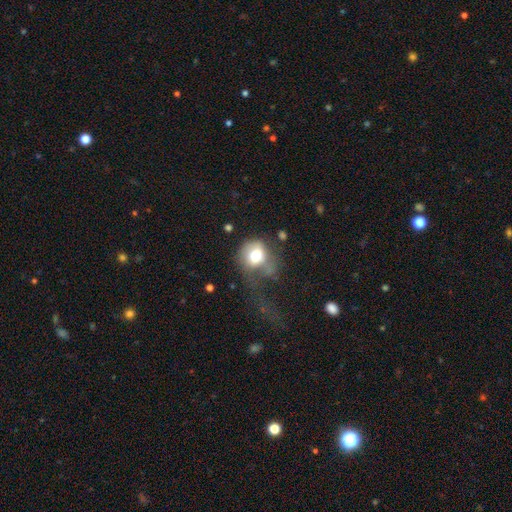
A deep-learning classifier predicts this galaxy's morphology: This is likely a smooth galaxy (70%). How rounded: likely round (68%). Merging: possibly major disturbance (45%).